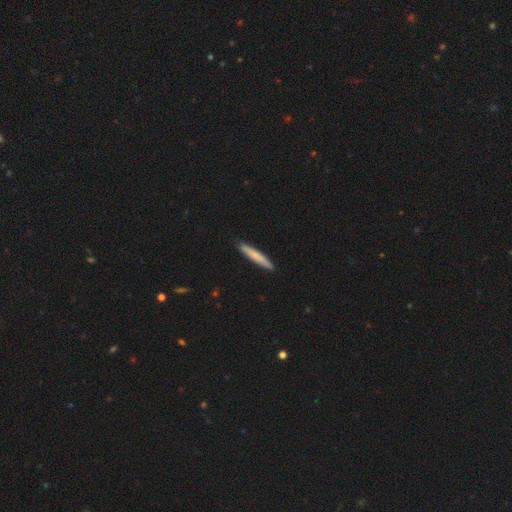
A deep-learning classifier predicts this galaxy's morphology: smooth 74%, featured or disk 21%, star or artifact 5%. Down the decision tree: how rounded — cigar-shaped (95%); merging — none (90%).